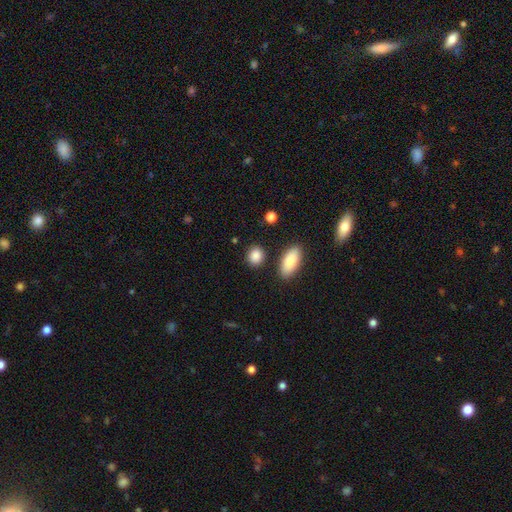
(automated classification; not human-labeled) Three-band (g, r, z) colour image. It shows a smooth galaxy with no disk features (88%) that is round (56%). Merging: none (84%).